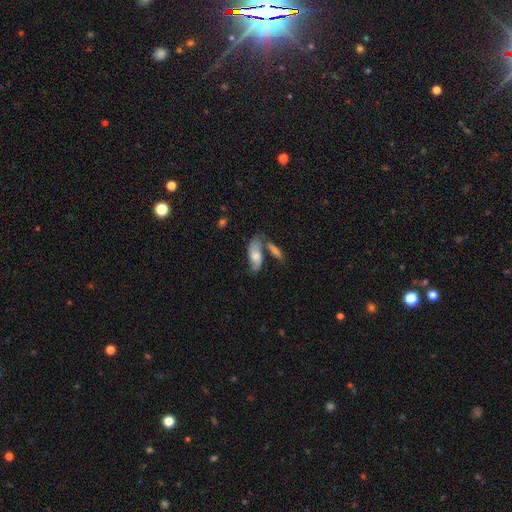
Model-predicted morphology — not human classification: Smooth or featured? smooth (48%)
Merging? none (42%)